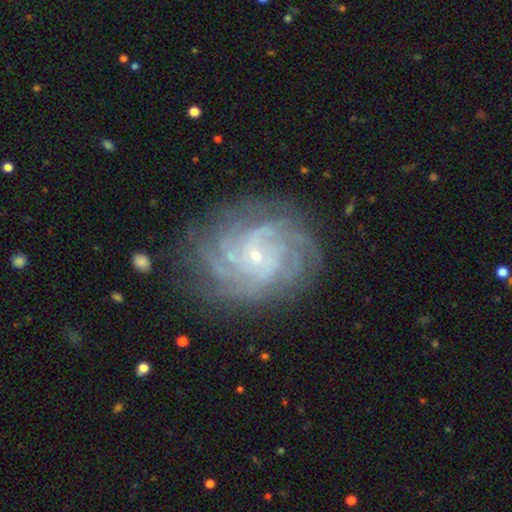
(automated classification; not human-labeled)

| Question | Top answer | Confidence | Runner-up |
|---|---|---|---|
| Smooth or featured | featured or disk | 87% | star or artifact (7%) |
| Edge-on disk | no | 97% | yes (3%) |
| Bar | no | 72% | weak (22%) |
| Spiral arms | yes | 97% | no (3%) |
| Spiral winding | tight | 72% | medium (23%) |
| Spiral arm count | more than 4 | 27% | 4 (25%) |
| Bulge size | small | 87% | moderate (9%) |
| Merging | none | 79% | minor disturbance (14%) |